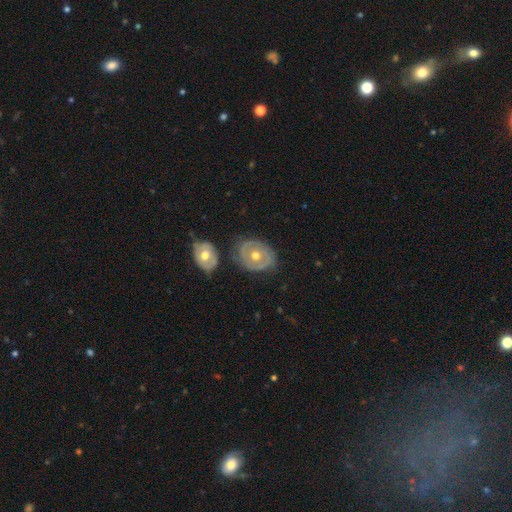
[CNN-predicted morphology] type=featured or disk (73%); edge-on=no (96%); bar=no (83%); spiral arms=yes (56%); bulge=moderate (80%); merging=none (73%).